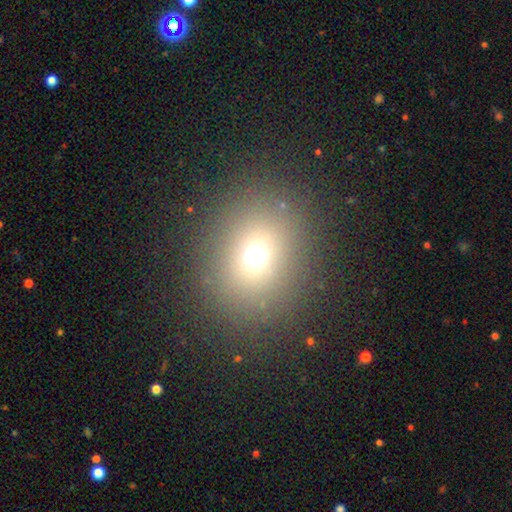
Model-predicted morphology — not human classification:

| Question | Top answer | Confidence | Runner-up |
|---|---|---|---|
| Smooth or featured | smooth | 67% | star or artifact (23%) |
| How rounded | round | 64% | in between (34%) |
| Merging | none | 84% | minor disturbance (8%) |